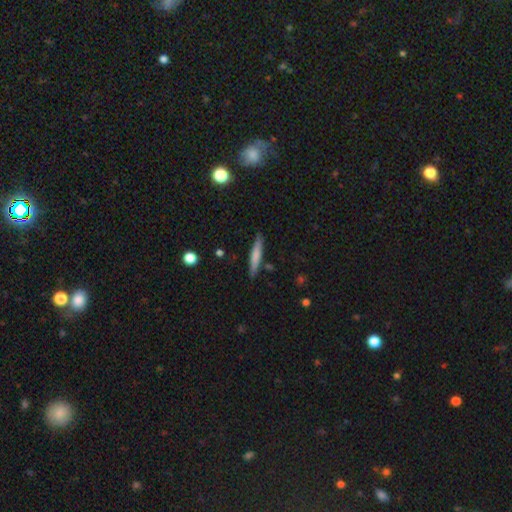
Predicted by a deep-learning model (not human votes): Q: Smooth or featured?
A: smooth (66%); runner-up: featured or disk (28%)
Q: How rounded?
A: cigar-shaped (92%); runner-up: in between (7%)
Q: Merging?
A: none (86%); runner-up: minor disturbance (10%)